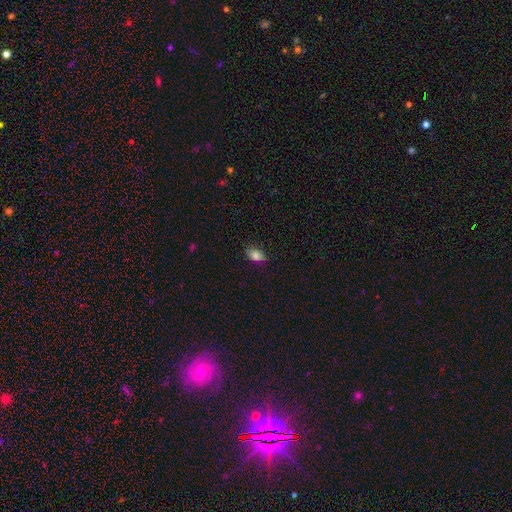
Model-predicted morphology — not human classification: The model was most divided on "merging": none: 81%, minor disturbance: 16%, major disturbance: 3%, merger: 1%. More confident: smooth or featured — smooth (84%); how rounded — in between (84%).